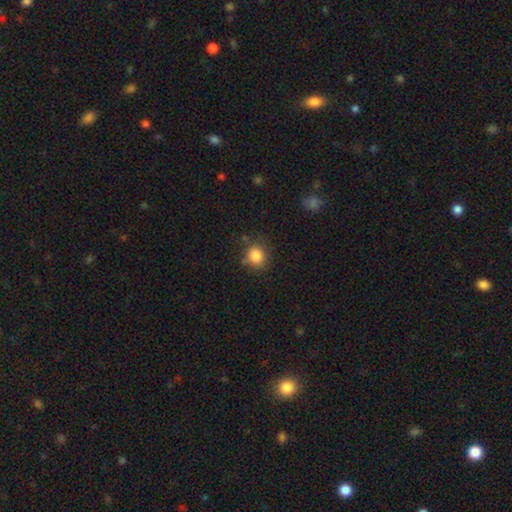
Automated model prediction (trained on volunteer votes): Q: Smooth or featured?
A: smooth (85%); runner-up: star or artifact (11%)
Q: How rounded?
A: round (81%); runner-up: in between (18%)
Q: Merging?
A: none (77%); runner-up: minor disturbance (15%)